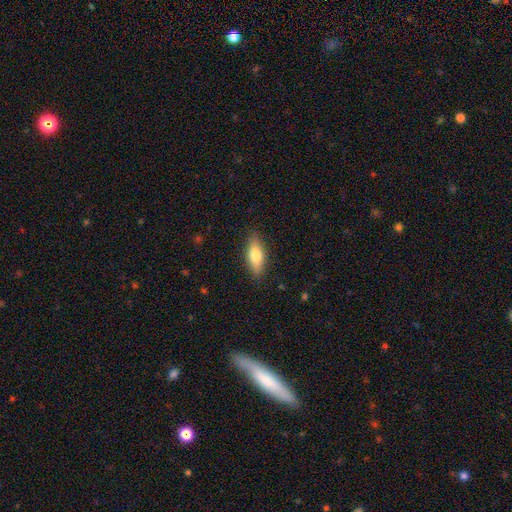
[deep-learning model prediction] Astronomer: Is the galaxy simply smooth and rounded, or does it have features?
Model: smooth — 72%.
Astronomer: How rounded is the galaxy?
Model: in between — 66%.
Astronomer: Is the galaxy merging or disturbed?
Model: none — 86%.